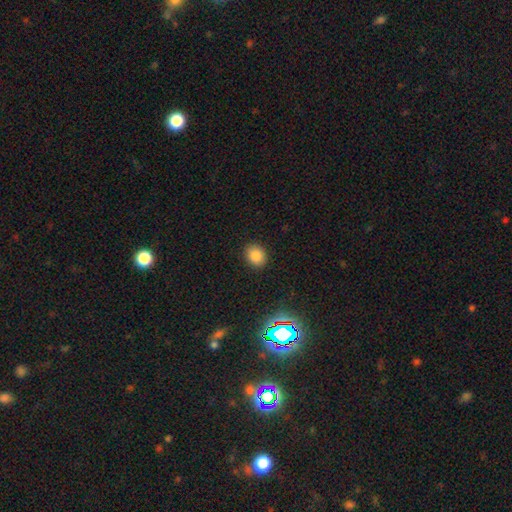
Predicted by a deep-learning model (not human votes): The model was most divided on "how rounded": round: 61%, in between: 38%, cigar-shaped: 1%. More confident: merging — none (89%); smooth or featured — smooth (82%).